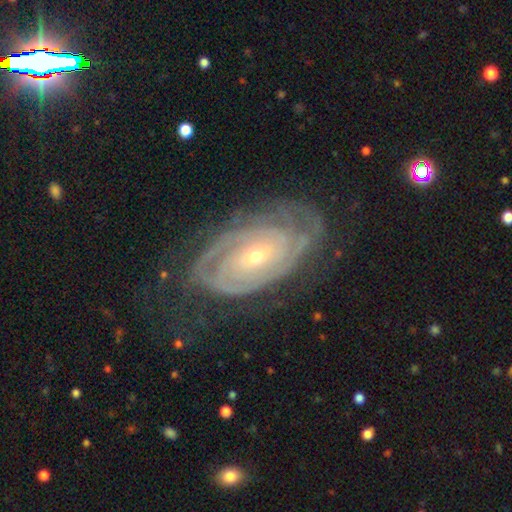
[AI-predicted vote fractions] Q: Smooth or featured?
A: featured or disk (87%); runner-up: smooth (7%)
Q: Edge-on disk?
A: no (95%); runner-up: yes (5%)
Q: Bar?
A: no (68%); runner-up: weak (23%)
Q: Spiral arms?
A: yes (95%); runner-up: no (5%)
Q: Spiral winding?
A: tight (80%); runner-up: medium (16%)
Q: Spiral arm count?
A: can't tell (33%); runner-up: 2 (30%)
Q: Bulge size?
A: small (68%); runner-up: moderate (29%)
Q: Merging?
A: none (70%); runner-up: minor disturbance (19%)